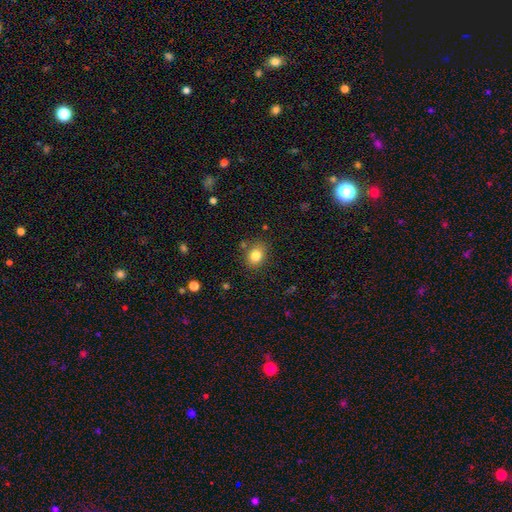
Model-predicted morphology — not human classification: This appears to be a smooth galaxy with no disk features (82%) that is in between round and cigar-shaped (51%). Merging: none (80%).